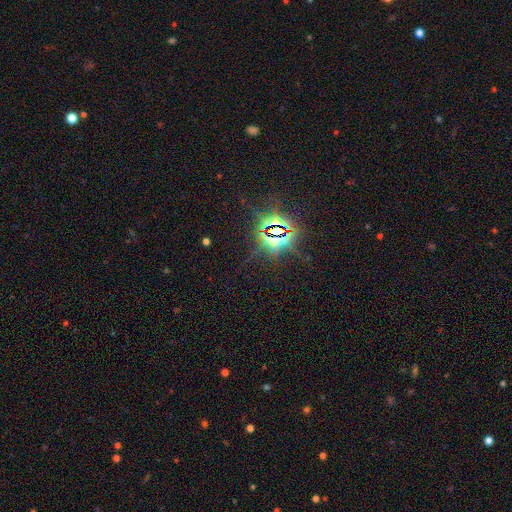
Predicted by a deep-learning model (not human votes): Smooth or featured: star or artifact — 85% (smooth — 8%)